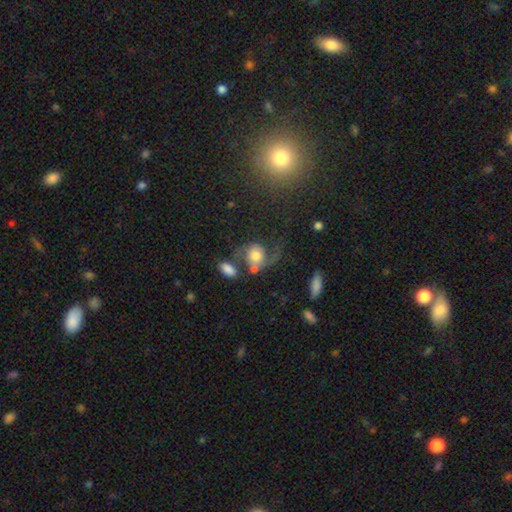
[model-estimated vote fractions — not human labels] smooth_or_featured: featured or disk (p=0.51) [alt: smooth p=0.40]
disk_edge_on: no (p=0.97) [alt: yes p=0.03]
merging: major disturbance (p=0.33) [alt: none p=0.30]